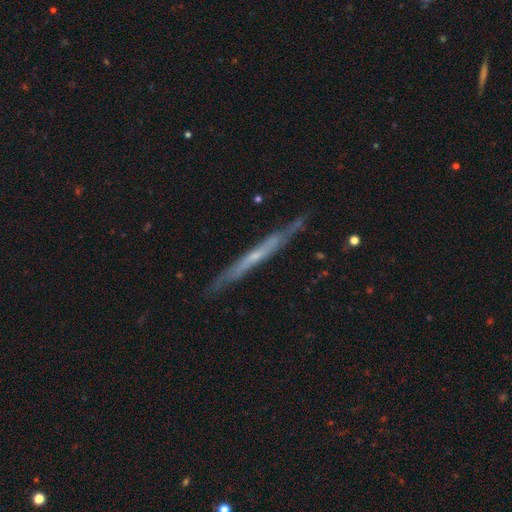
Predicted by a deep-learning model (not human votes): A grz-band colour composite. It shows a featured or disk galaxy (66%) viewed edge-on (93%) with no central bulge (74%). Merging: none (82%).